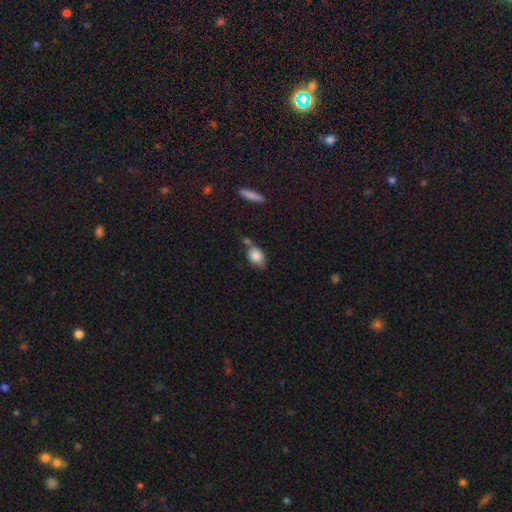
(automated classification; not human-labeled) Overall: smooth (84%). How rounded: in between (75%). Merging: none (51%; minor disturbance 24%).